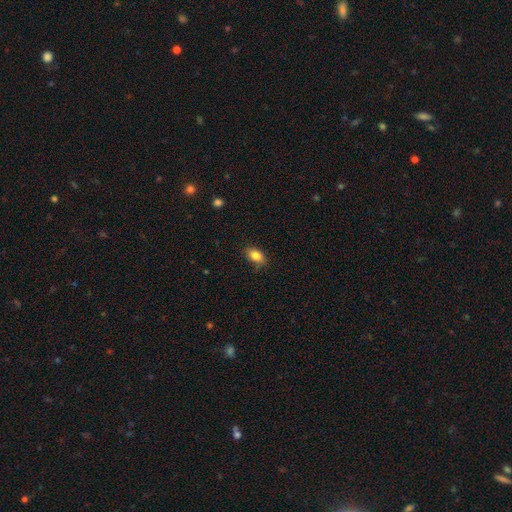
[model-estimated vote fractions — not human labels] A smooth galaxy with no disk features (84%) that is in between round and cigar-shaped (87%).

Vote fractions:
- Smooth or featured? smooth: 84% / star or artifact: 9% / featured or disk: 7%
- How rounded? in between: 87% / round: 10% / cigar-shaped: 3%
- Merging? none: 80% / minor disturbance: 16% / major disturbance: 3% / merger: 1%